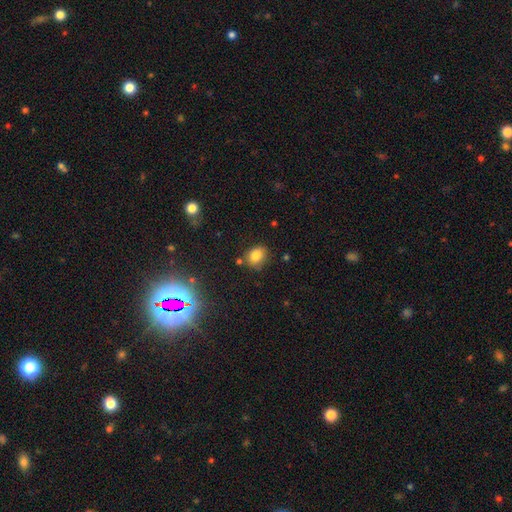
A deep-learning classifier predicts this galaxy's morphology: Smooth or featured?
  - smooth: 80% *
  - star or artifact: 12%
  - featured or disk: 8%
How rounded?
  - in between: 58% *
  - round: 40%
  - cigar-shaped: 1%
Merging?
  - none: 74% *
  - minor disturbance: 16%
  - merger: 6%
  - major disturbance: 4%